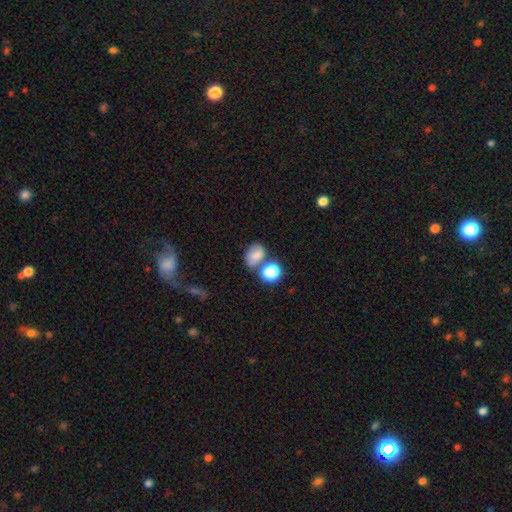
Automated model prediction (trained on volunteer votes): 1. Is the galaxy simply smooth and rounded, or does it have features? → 70% smooth, 16% star or artifact, 14% featured or disk.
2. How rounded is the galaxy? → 66% in between, 33% round, 1% cigar-shaped.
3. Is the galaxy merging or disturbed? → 47% none, 27% merger, 18% minor disturbance, 8% major disturbance.